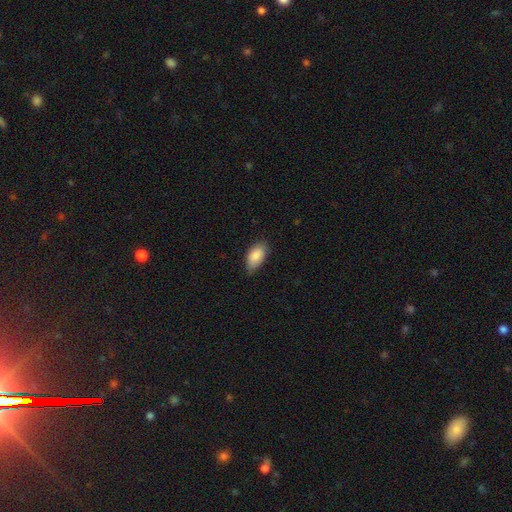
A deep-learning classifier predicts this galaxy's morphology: smooth-or-featured: smooth: 87% | star or artifact: 6% | featured or disk: 6%
  how-rounded: in between: 94% | round: 4% | cigar-shaped: 3%
  merging: none: 71% | minor disturbance: 25% | major disturbance: 3% | merger: 1%